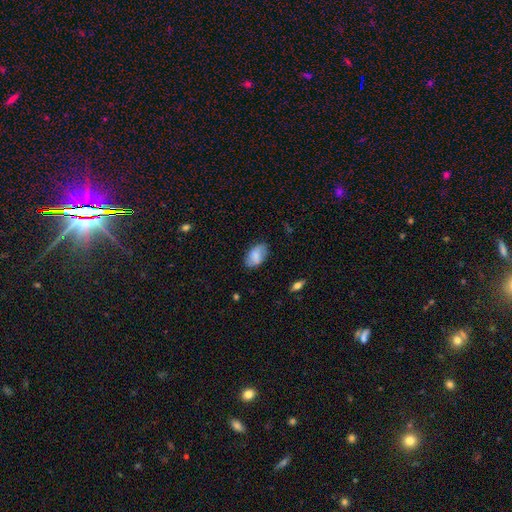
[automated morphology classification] Overall: smooth (76%). How rounded: in between (92%). Merging: none (78%).